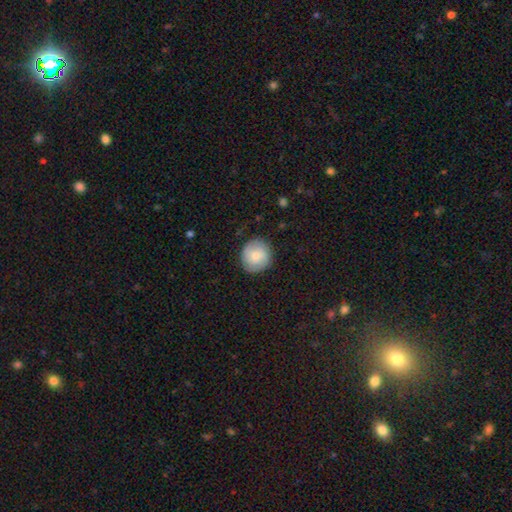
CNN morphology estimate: smooth-or-featured: smooth: 64% | featured or disk: 29% | star or artifact: 7%
  how-rounded: round: 88% | in between: 11% | cigar-shaped: 1%
  merging: none: 85% | minor disturbance: 11% | major disturbance: 3% | merger: 1%